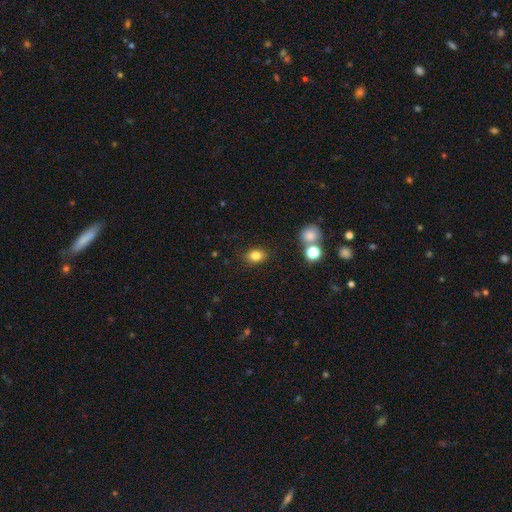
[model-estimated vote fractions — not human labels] Smooth or featured?
  - smooth: 82% *
  - star or artifact: 12%
  - featured or disk: 7%
How rounded?
  - in between: 62% *
  - round: 36%
  - cigar-shaped: 1%
Merging?
  - none: 85% *
  - minor disturbance: 9%
  - merger: 3%
  - major disturbance: 3%